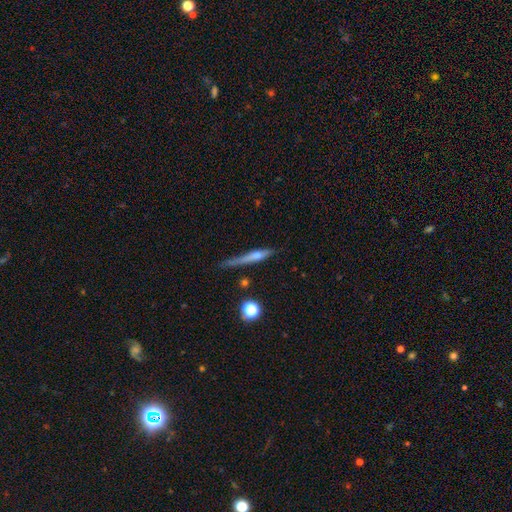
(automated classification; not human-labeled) The model was most divided on "smooth or featured": featured or disk: 55%, smooth: 35%, star or artifact: 10%. More confident: edge-on disk — yes (94%); merging — none (70%); edge-on bulge — rounded (58%).